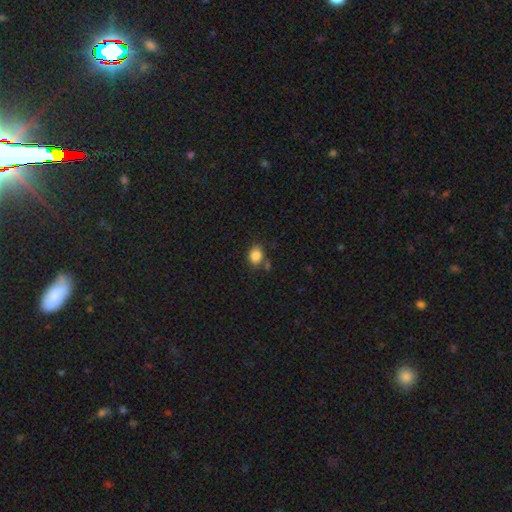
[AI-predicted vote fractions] Smooth or featured? smooth (85%)
How rounded? round (61%)
Merging? none (71%)